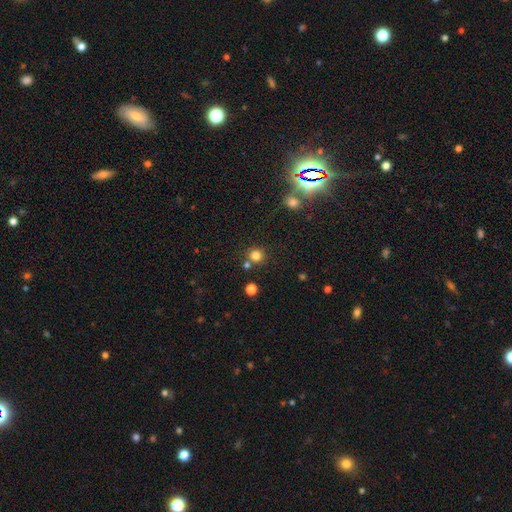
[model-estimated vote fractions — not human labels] Smooth or featured: smooth — 79% (star or artifact — 16%)
How rounded: round — 92% (in between — 7%)
Merging: none — 76% (merger — 12%)